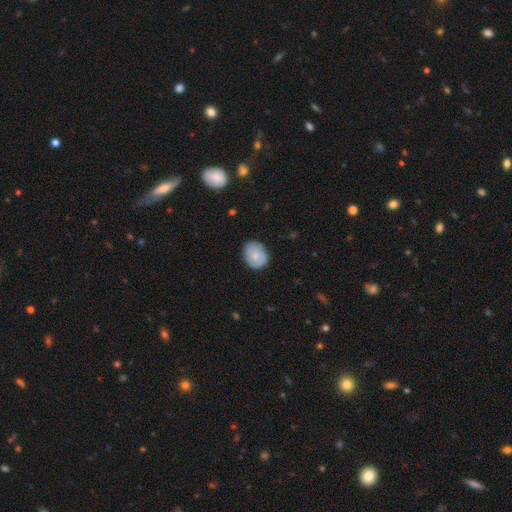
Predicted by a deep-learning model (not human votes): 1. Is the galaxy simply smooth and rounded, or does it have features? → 59% smooth, 34% featured or disk, 7% star or artifact.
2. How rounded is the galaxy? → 50% in between, 49% round, 1% cigar-shaped.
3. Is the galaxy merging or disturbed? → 79% none, 17% minor disturbance, 3% major disturbance, 1% merger.